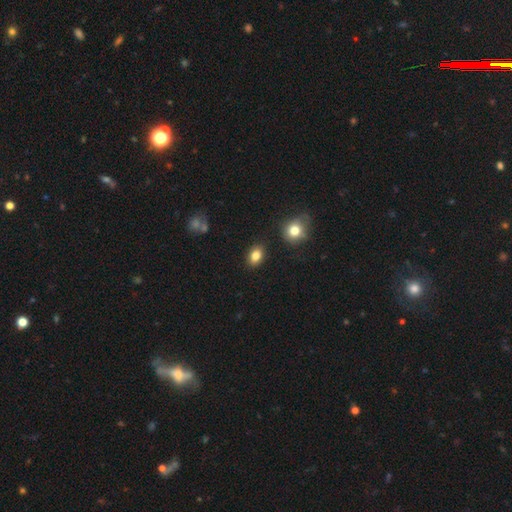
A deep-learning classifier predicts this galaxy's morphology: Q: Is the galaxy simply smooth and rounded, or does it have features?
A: smooth — 83%.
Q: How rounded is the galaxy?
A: in between — 80%.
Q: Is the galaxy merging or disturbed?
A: none — 87%.